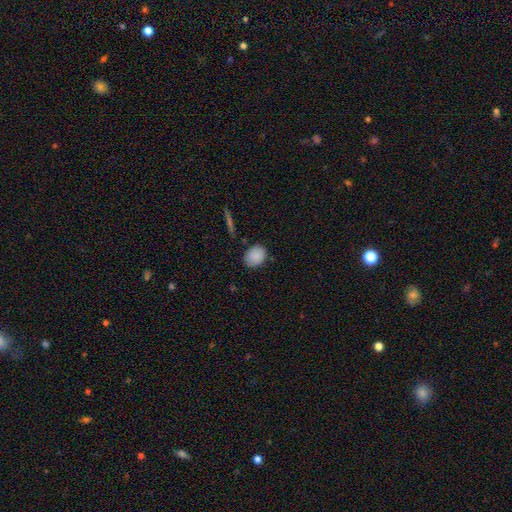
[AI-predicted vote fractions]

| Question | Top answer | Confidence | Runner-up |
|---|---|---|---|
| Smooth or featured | smooth | 88% | star or artifact (8%) |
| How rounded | in between | 53% | round (46%) |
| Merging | none | 82% | minor disturbance (14%) |